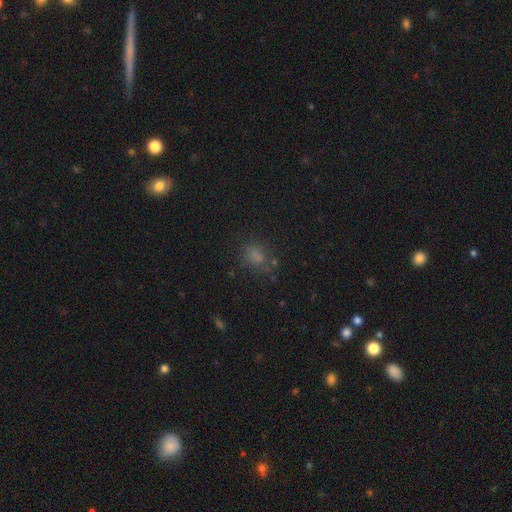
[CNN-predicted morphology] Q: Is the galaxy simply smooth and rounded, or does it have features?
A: smooth — 72%.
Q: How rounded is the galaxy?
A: round — 52%.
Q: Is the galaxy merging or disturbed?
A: none — 72%.